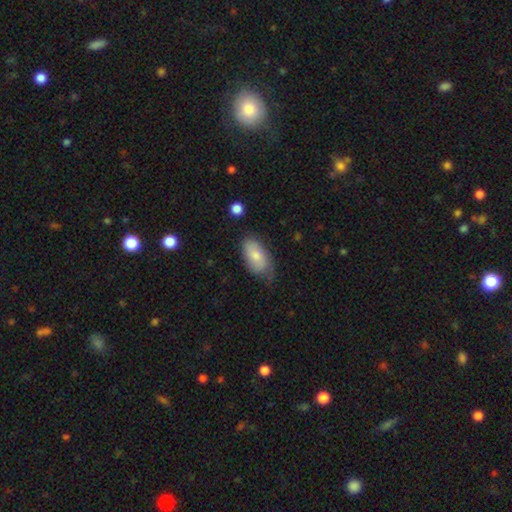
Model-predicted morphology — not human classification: The model was most divided on "merging": none: 59%, minor disturbance: 31%, major disturbance: 8%, merger: 2%. More confident: how rounded — in between (93%); smooth or featured — smooth (74%).